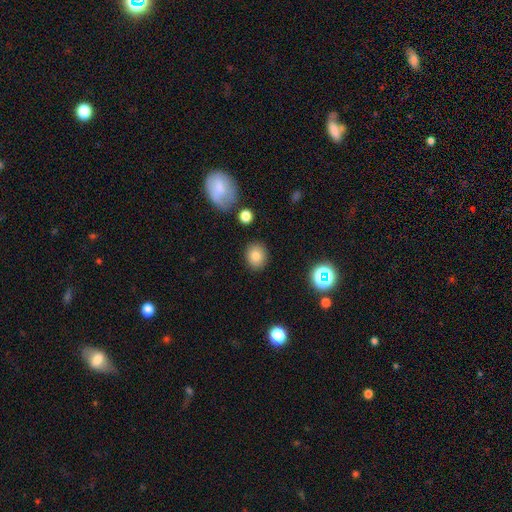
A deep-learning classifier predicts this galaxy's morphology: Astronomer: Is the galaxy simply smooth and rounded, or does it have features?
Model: smooth — 81%.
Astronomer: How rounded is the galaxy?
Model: round — 66%.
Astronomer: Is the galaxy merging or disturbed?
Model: none — 87%.